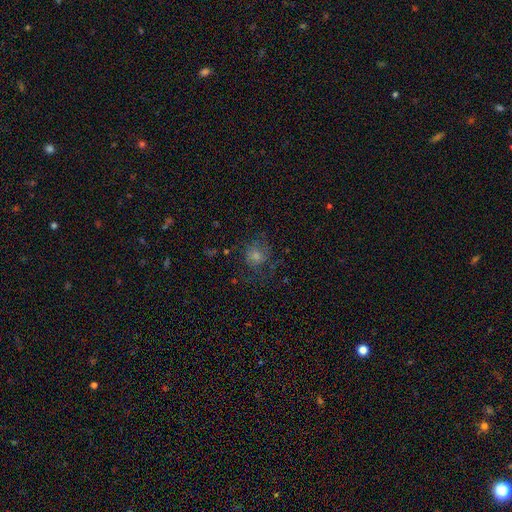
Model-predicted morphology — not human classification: A smooth galaxy with no disk features (51%) that is round (83%). Merging: none (65%).